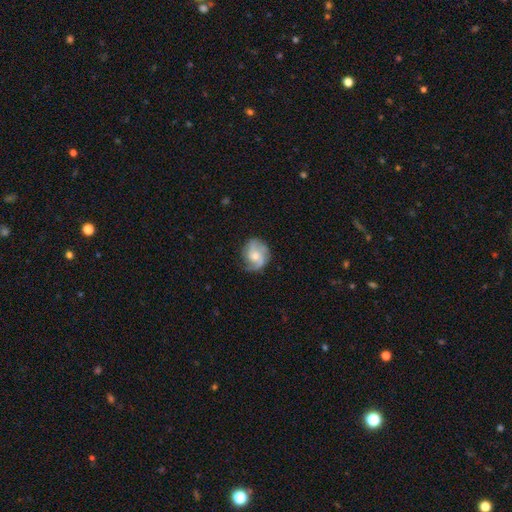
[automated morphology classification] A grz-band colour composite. It shows a featured or disk galaxy (69%) with no bar (67%), 3 (36%, tied with 2) medium (46%) spiral arms (93%) and a moderate central bulge (55%). Merging: none (72%).